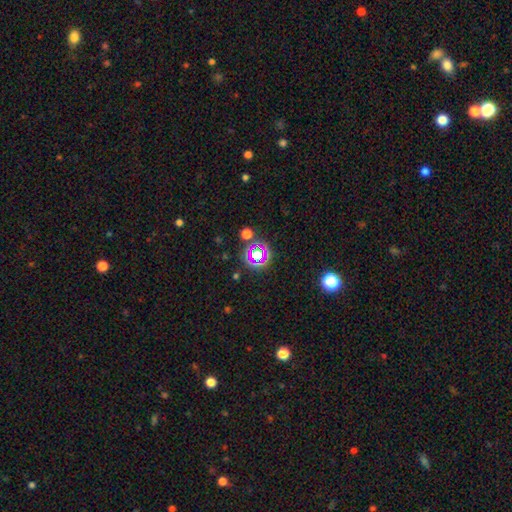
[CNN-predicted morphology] This appears to be a star or artifact, not a galaxy (57%).